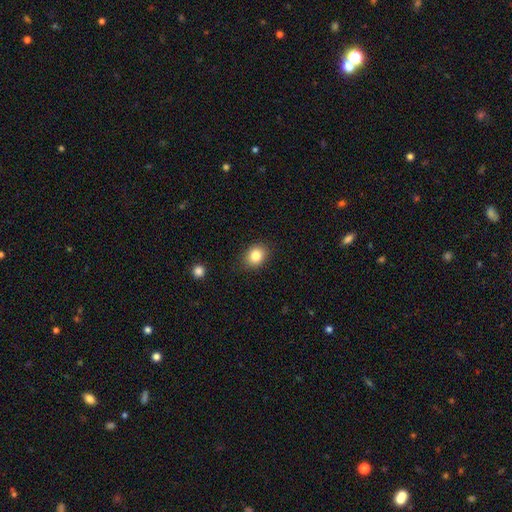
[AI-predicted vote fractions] The model was most divided on "how rounded": round: 54%, in between: 45%, cigar-shaped: 1%. More confident: merging — none (86%); smooth or featured — smooth (83%).